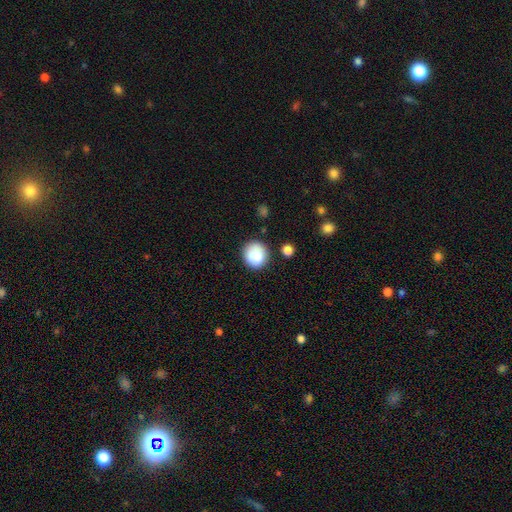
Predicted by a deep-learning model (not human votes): This appears to be a smooth galaxy with no disk features (83%) that is round (87%). Merging: none (74%).